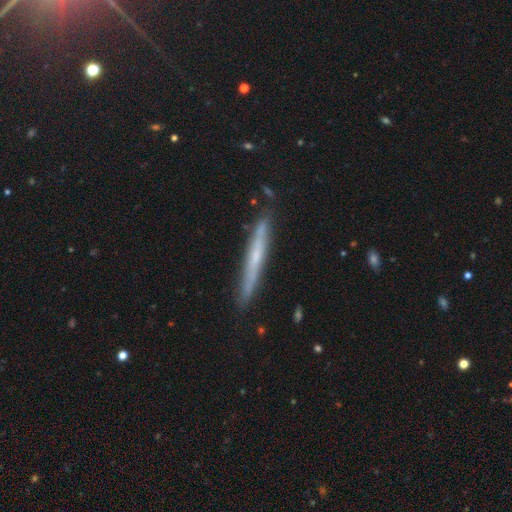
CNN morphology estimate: This is possibly a featured or disk galaxy (56%). It is clearly viewed edge-on (94%). Edge-on bulge: likely none (62%). Merging: clearly none (86%).